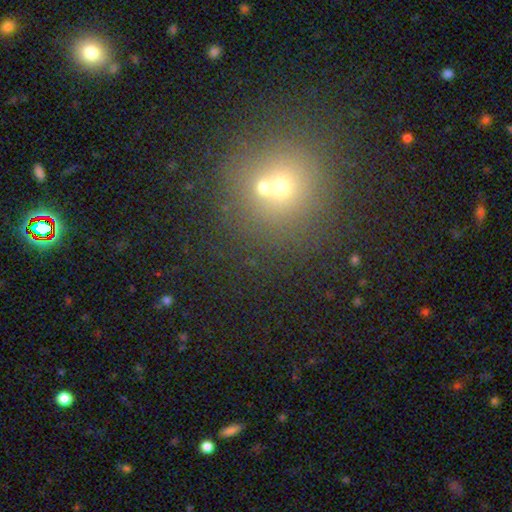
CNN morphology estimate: A smooth galaxy with no disk features (52%) that is round (88%). Merging: none (52%).